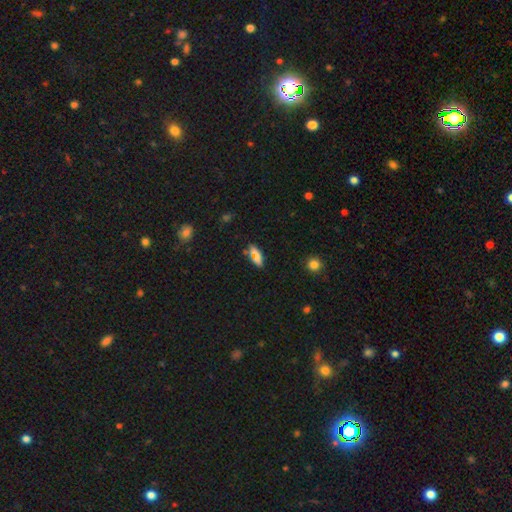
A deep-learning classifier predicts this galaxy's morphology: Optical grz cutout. It shows a smooth galaxy with no disk features (73%) that is in between round and cigar-shaped (58%). Merging: none (67%).